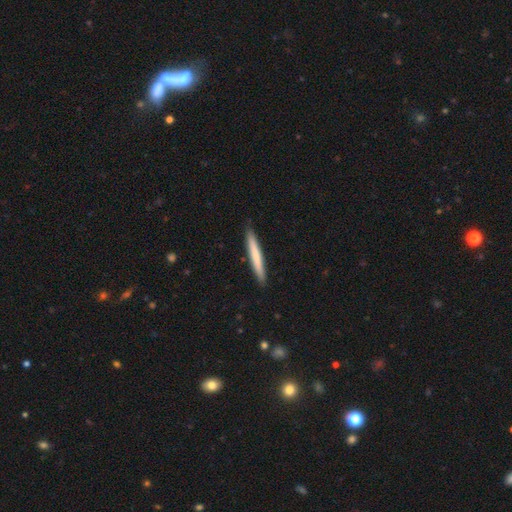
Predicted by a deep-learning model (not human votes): This is likely a smooth galaxy (70%). How rounded: clearly cigar-shaped (96%). Merging: clearly none (90%).